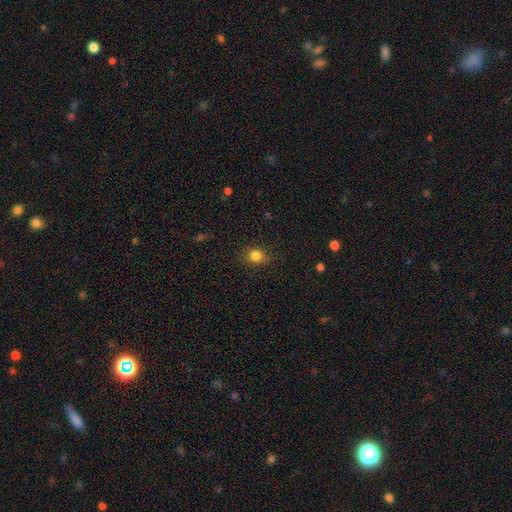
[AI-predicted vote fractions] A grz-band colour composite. It shows a smooth galaxy with no disk features (83%) that is round (67%). Merging: none (82%).